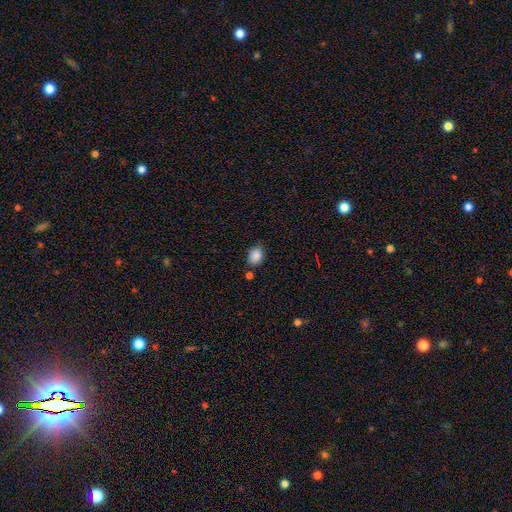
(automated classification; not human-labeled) Smooth or featured: smooth — 87% (star or artifact — 9%)
How rounded: in between — 52% (round — 47%)
Merging: none — 75% (minor disturbance — 16%)